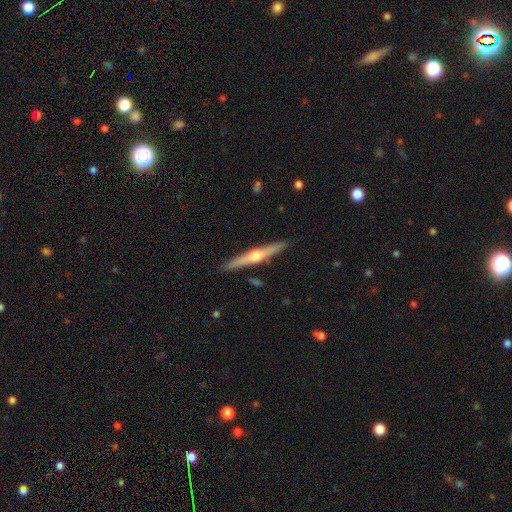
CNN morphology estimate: Overall: featured or disk (73%). Edge-on disk: yes (98%). Edge-on bulge: rounded (93%). Merging: none (91%).